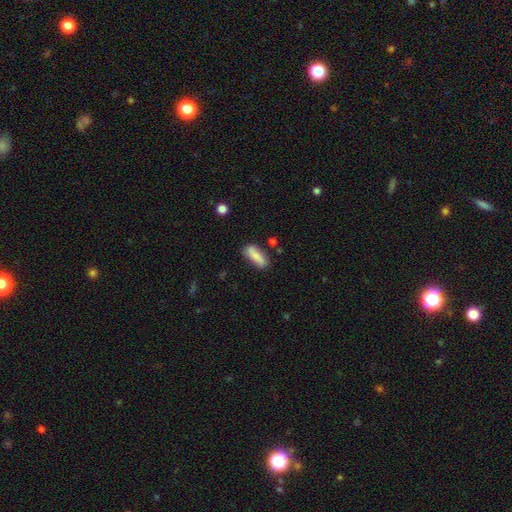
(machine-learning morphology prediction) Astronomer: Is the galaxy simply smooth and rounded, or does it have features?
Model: smooth — 81%.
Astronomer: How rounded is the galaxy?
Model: in between — 59% (runner-up: cigar-shaped, 38%).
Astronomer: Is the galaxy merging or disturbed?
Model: none — 75%.